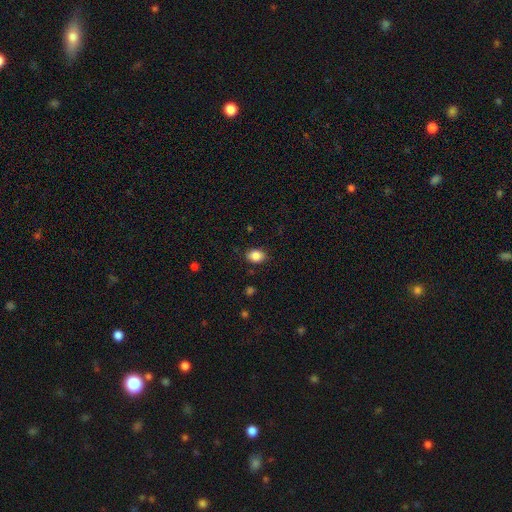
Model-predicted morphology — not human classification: A smooth galaxy with no disk features (87%) that is in between round and cigar-shaped (70%). Merging: none (85%).